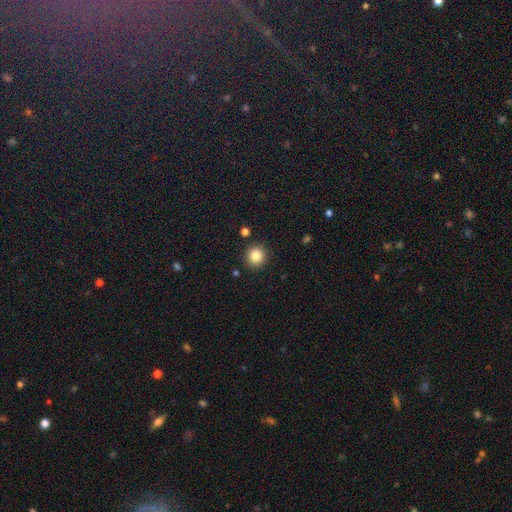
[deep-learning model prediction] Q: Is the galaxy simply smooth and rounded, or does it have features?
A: smooth — 86%.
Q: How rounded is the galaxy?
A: round — 89%.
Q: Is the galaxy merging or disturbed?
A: none — 89%.